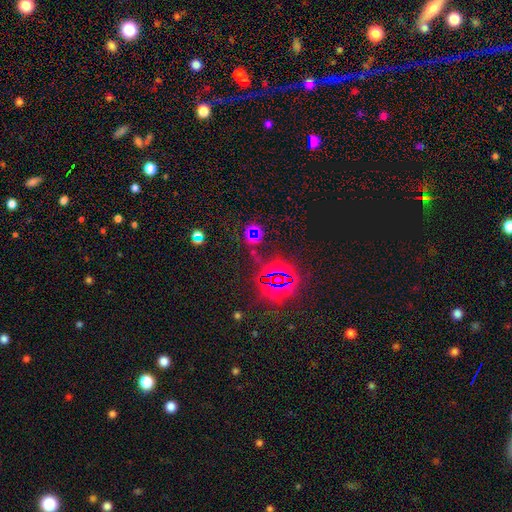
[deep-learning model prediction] Smooth or featured? star or artifact (77%)